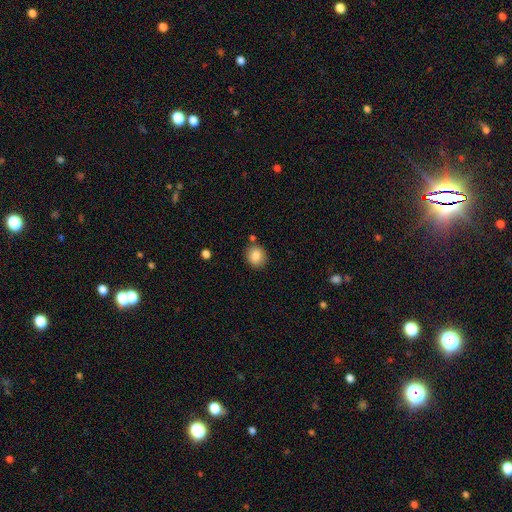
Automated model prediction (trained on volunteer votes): The model was most divided on "how rounded": round: 77%, in between: 22%, cigar-shaped: 1%. More confident: smooth or featured — smooth (85%); merging — none (82%).